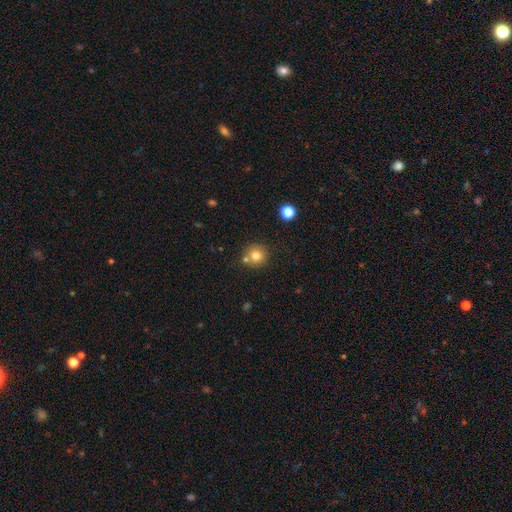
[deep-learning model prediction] Smooth or featured: smooth — 78% (star or artifact — 12%)
How rounded: round — 92% (in between — 7%)
Merging: none — 69% (merger — 20%)